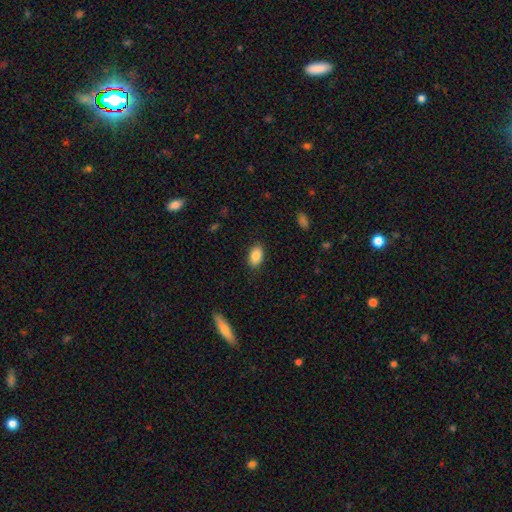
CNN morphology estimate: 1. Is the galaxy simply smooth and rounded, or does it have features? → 86% smooth, 7% star or artifact, 6% featured or disk.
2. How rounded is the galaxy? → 92% in between, 7% round, 2% cigar-shaped.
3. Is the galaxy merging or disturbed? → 87% none, 9% minor disturbance, 2% major disturbance, 1% merger.